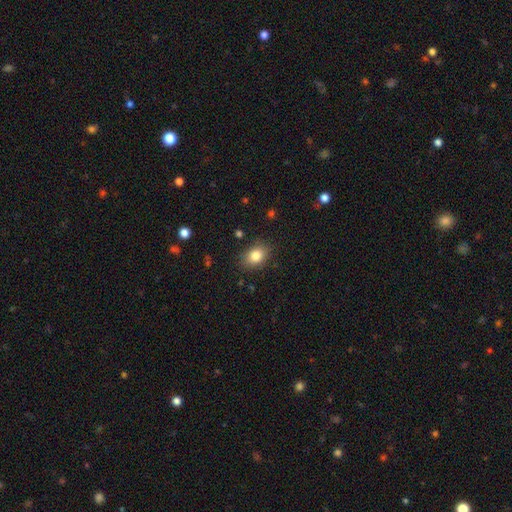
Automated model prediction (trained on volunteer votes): Smooth or featured?
  - smooth: 83% *
  - star or artifact: 9%
  - featured or disk: 8%
How rounded?
  - in between: 73% *
  - round: 26%
  - cigar-shaped: 1%
Merging?
  - none: 84% *
  - minor disturbance: 11%
  - major disturbance: 3%
  - merger: 1%